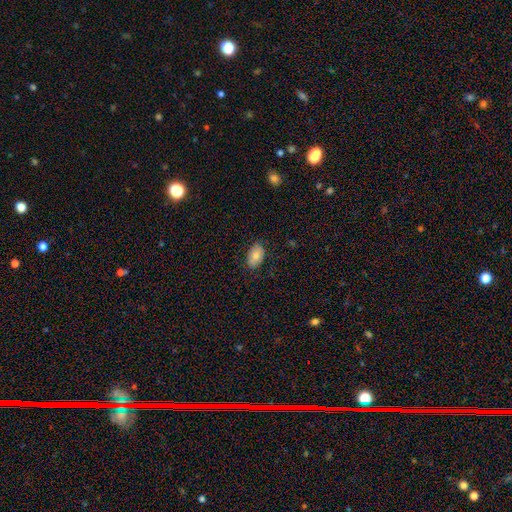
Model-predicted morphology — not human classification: smooth-or-featured: smooth: 76% | featured or disk: 17% | star or artifact: 7%
  how-rounded: in between: 91% | round: 8% | cigar-shaped: 1%
  merging: none: 82% | minor disturbance: 14% | major disturbance: 3% | merger: 1%